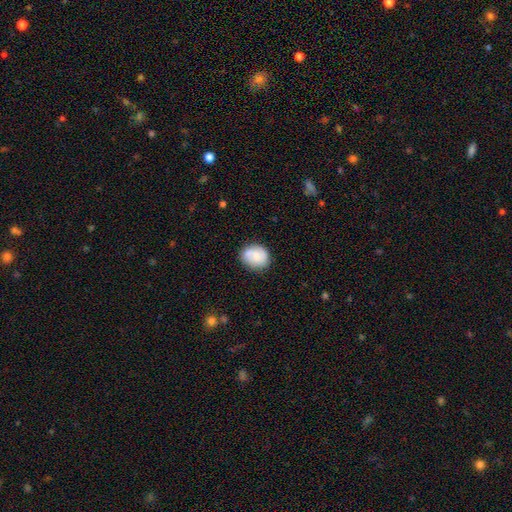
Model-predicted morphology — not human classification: type=smooth (64%); roundness=round (63%); merging=none (75%).